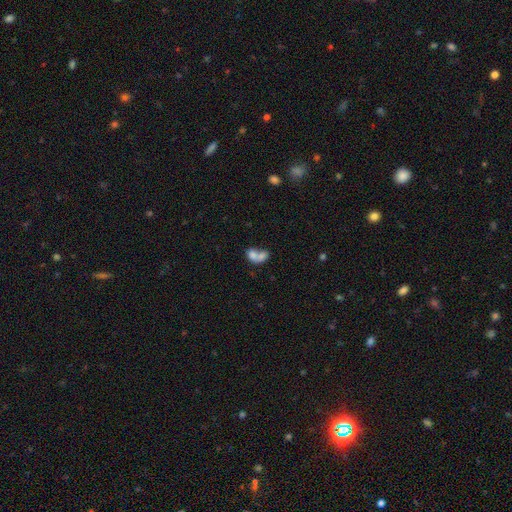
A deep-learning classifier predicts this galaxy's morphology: Smooth or featured: smooth — 72% (featured or disk — 19%)
How rounded: in between — 73% (round — 26%)
Merging: merger — 74% (none — 15%)